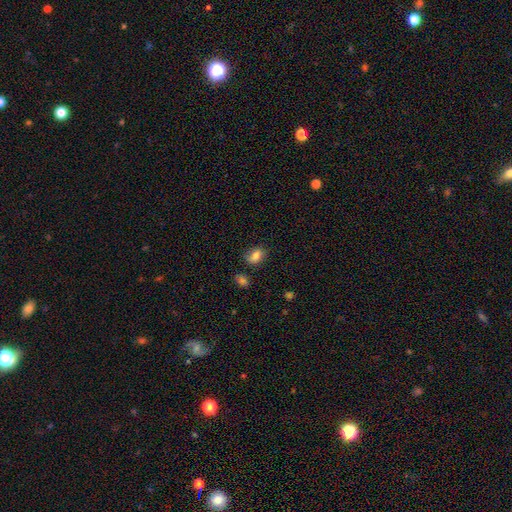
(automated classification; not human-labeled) Morphology: type=smooth (78%); roundness=in between (71%); merging=none (69%).